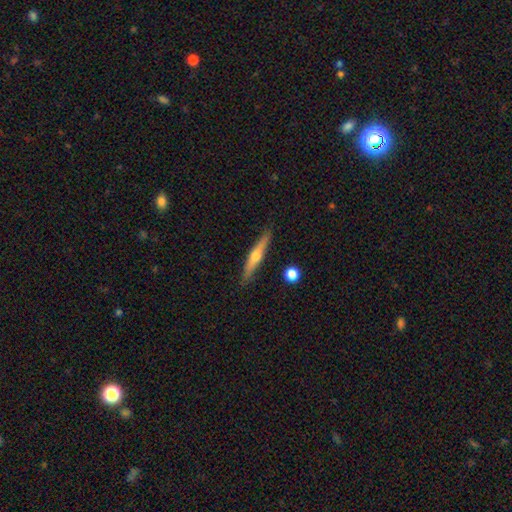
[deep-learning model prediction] Smooth or featured?
  - featured or disk: 63% *
  - smooth: 31%
  - star or artifact: 6%
Edge-on disk?
  - yes: 97% *
  - no: 3%
Edge-on bulge?
  - rounded: 92% *
  - none: 6%
  - boxy: 3%
Merging?
  - none: 89% *
  - minor disturbance: 8%
  - merger: 2%
  - major disturbance: 2%